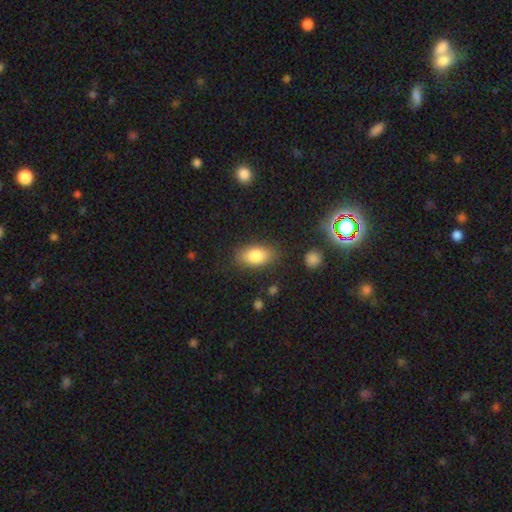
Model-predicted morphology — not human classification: Smooth or featured? Predicted: smooth (p=0.83). How rounded? Predicted: in between (p=0.90). Merging? Predicted: none (p=0.81).